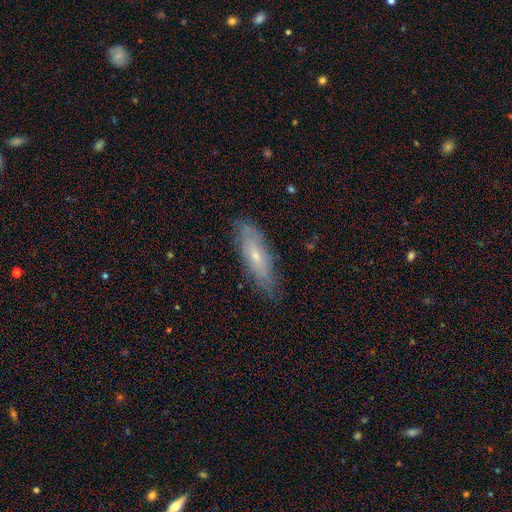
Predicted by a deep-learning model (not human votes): A featured or disk galaxy (51%). Merging: none (78%).